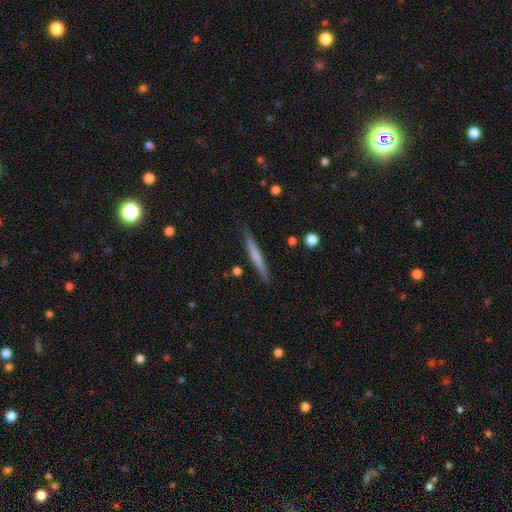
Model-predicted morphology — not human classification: Smooth or featured? smooth (61%)
How rounded? cigar-shaped (96%)
Merging? none (86%)